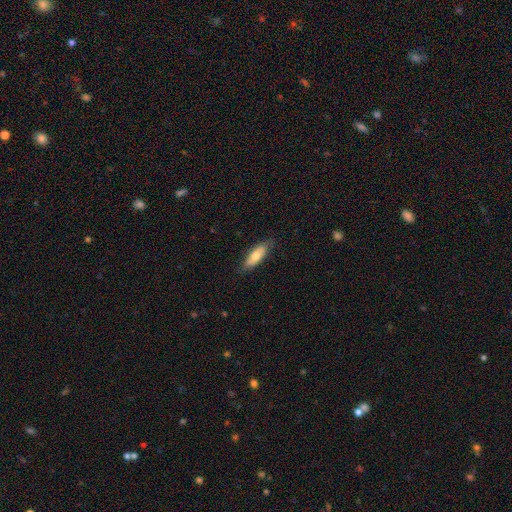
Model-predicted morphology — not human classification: smooth-or-featured: smooth: 69% | featured or disk: 25% | star or artifact: 6%
  how-rounded: in between: 57% | cigar-shaped: 41% | round: 2%
  merging: none: 81% | minor disturbance: 15% | major disturbance: 3% | merger: 1%